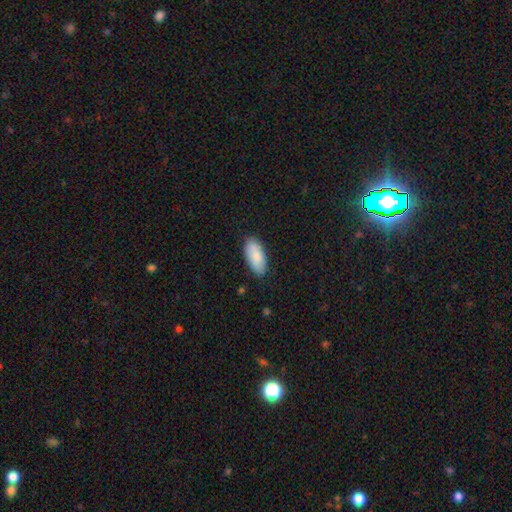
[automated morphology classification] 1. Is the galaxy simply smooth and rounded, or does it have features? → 84% smooth, 11% featured or disk, 6% star or artifact.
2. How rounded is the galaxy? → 90% in between, 8% cigar-shaped, 2% round.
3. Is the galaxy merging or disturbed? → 83% none, 13% minor disturbance, 2% major disturbance, 1% merger.